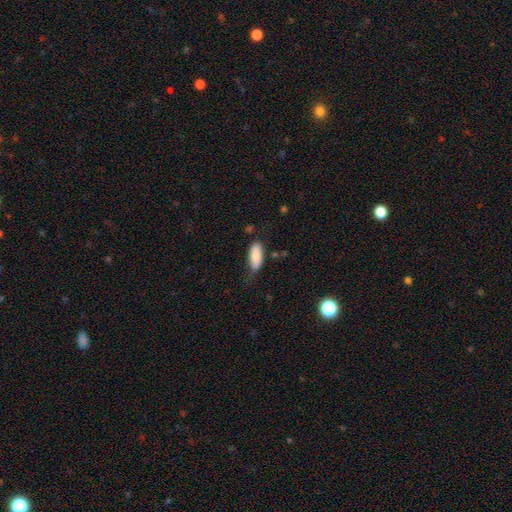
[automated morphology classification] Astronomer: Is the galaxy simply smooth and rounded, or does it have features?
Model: smooth — 83%.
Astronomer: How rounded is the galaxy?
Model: in between — 81%.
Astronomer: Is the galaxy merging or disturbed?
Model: none — 56% (runner-up: minor disturbance, 33%).